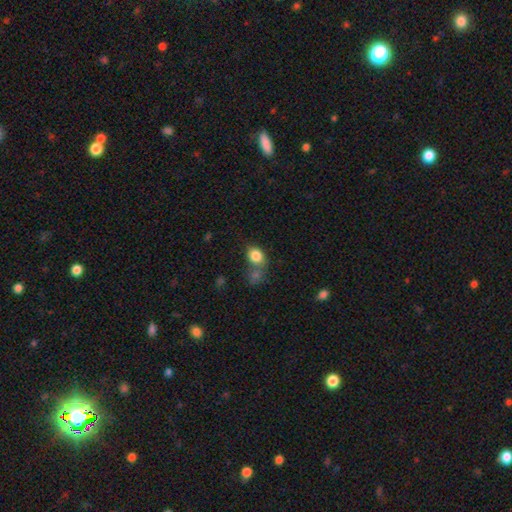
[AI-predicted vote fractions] smooth-or-featured: smooth: 84% | star or artifact: 10% | featured or disk: 7%
  how-rounded: in between: 53% | round: 46% | cigar-shaped: 1%
  merging: none: 52% | merger: 26% | minor disturbance: 15% | major disturbance: 7%